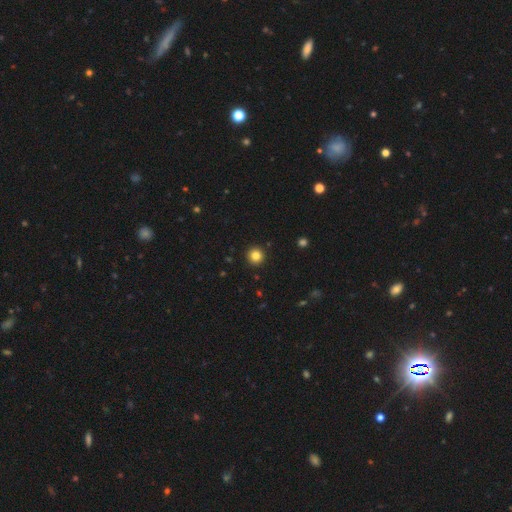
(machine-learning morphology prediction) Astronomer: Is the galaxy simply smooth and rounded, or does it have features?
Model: smooth — 83%.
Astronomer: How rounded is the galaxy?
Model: round — 96%.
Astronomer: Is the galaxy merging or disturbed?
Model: none — 93%.